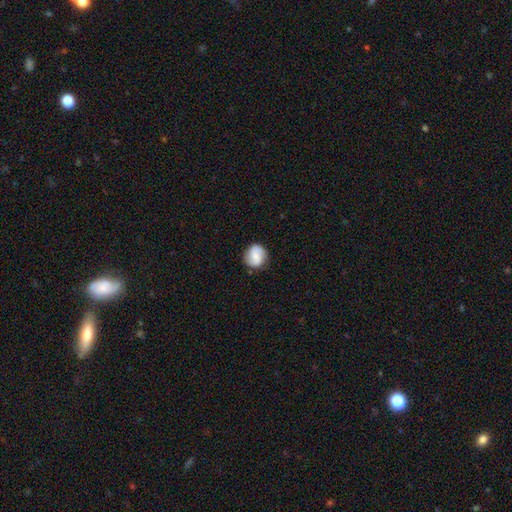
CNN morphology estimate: Smooth or featured? smooth (52%)
How rounded? round (84%)
Merging? none (81%)